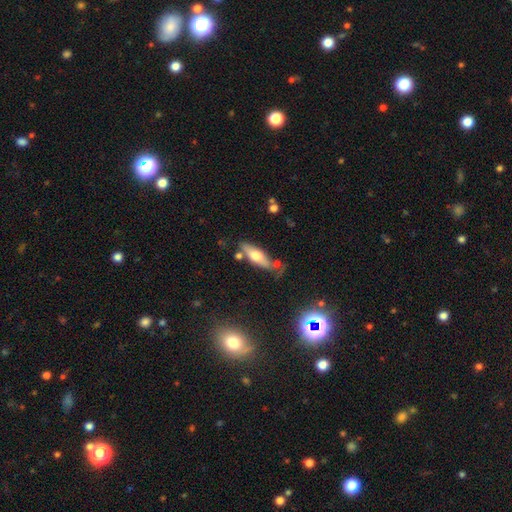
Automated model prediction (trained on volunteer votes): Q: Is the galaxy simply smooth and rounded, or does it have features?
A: smooth — 52%.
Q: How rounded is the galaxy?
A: in between — 52%.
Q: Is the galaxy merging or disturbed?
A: none — 63%.